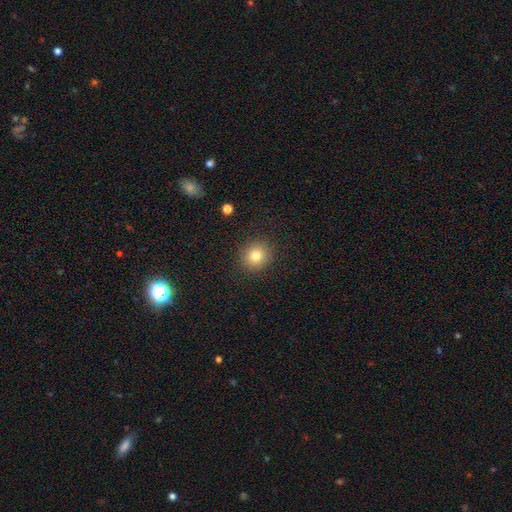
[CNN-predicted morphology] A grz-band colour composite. It shows a smooth galaxy with no disk features (80%) that is round (88%). Merging: none (89%).